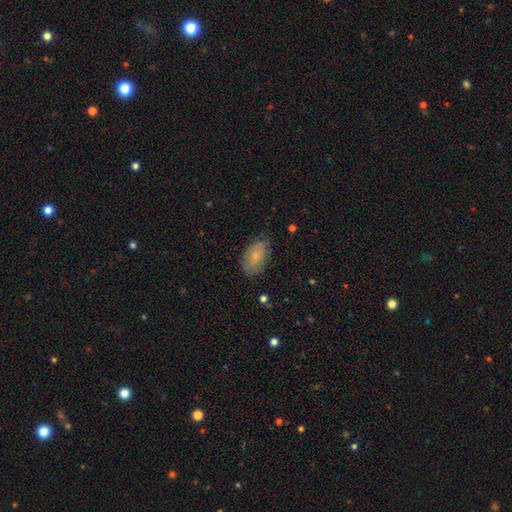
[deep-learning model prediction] smooth-or-featured: smooth: 72% | featured or disk: 20% | star or artifact: 7%
  how-rounded: in between: 92% | round: 6% | cigar-shaped: 2%
  merging: none: 73% | minor disturbance: 21% | major disturbance: 5% | merger: 1%